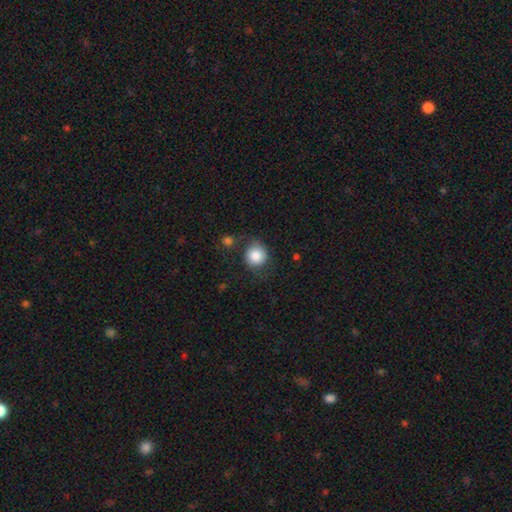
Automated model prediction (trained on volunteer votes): This appears to be a smooth galaxy with no disk features (83%) that is round (86%). Merging: none (65%).